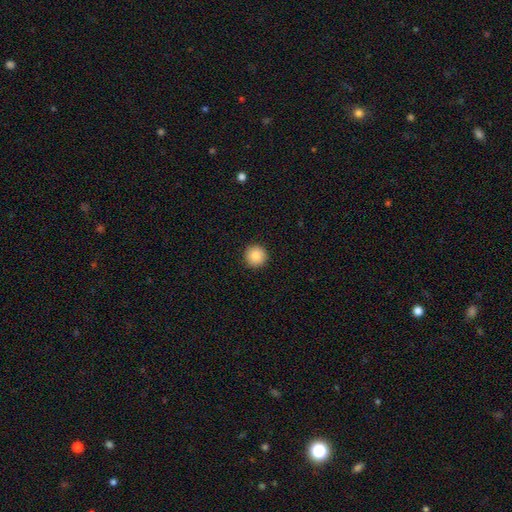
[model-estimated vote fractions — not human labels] smooth-or-featured: smooth: 87% | star or artifact: 8% | featured or disk: 5%
  how-rounded: round: 96% | in between: 3% | cigar-shaped: 1%
  merging: none: 93% | minor disturbance: 5% | major disturbance: 1% | merger: 1%